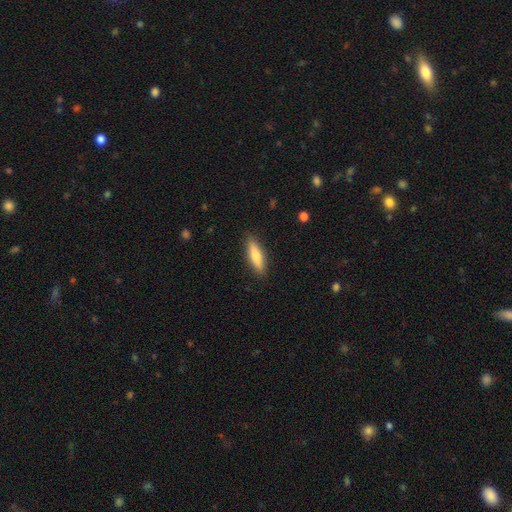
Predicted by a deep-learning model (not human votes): smooth 75%, featured or disk 20%, star or artifact 6%. Down the decision tree: how rounded — cigar-shaped (62%); merging — none (88%).